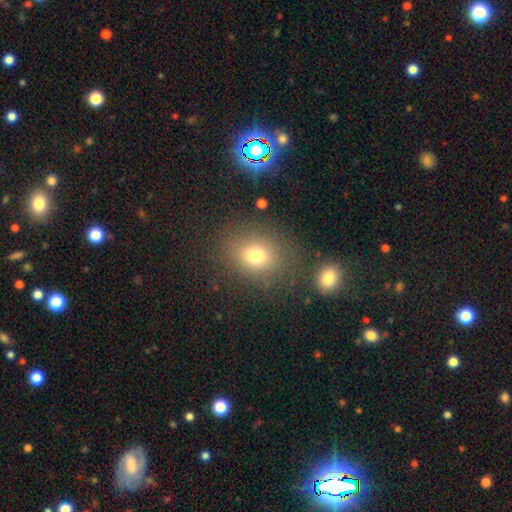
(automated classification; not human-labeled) Morphology: type=smooth (74%); roundness=round (61%); merging=none (79%).